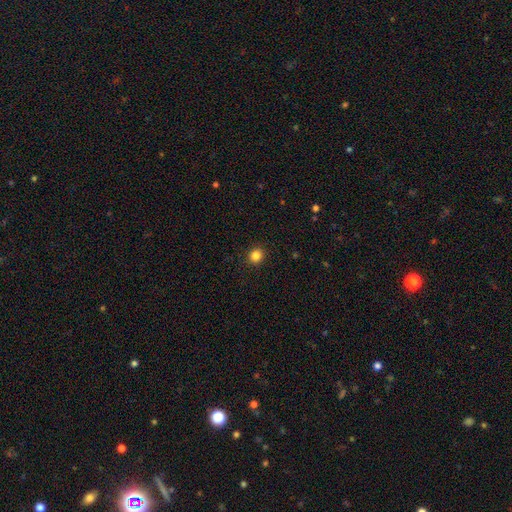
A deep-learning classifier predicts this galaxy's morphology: smooth 85%, star or artifact 11%, featured or disk 4%. Down the decision tree: how rounded — round (85%); merging — none (91%).